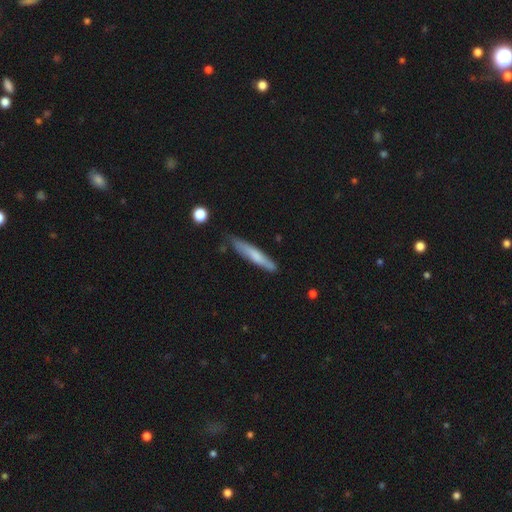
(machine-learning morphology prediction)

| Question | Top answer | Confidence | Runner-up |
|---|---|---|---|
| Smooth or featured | smooth | 65% | featured or disk (30%) |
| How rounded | cigar-shaped | 92% | in between (7%) |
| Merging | none | 77% | minor disturbance (18%) |